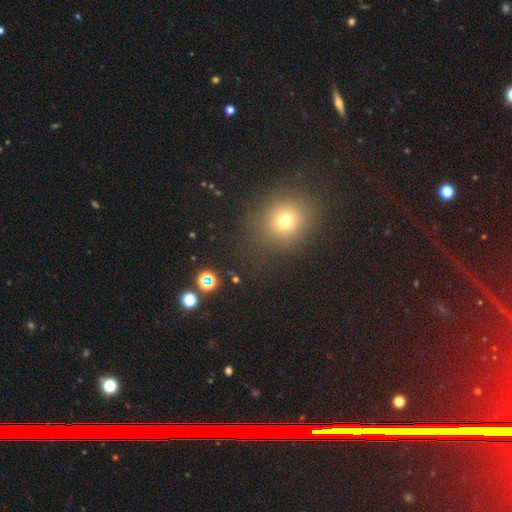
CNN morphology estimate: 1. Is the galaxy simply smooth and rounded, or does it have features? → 55% smooth, 35% star or artifact, 9% featured or disk.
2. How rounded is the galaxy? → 74% round, 24% in between, 2% cigar-shaped.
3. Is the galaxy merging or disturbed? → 90% none, 6% minor disturbance, 2% major disturbance, 2% merger.